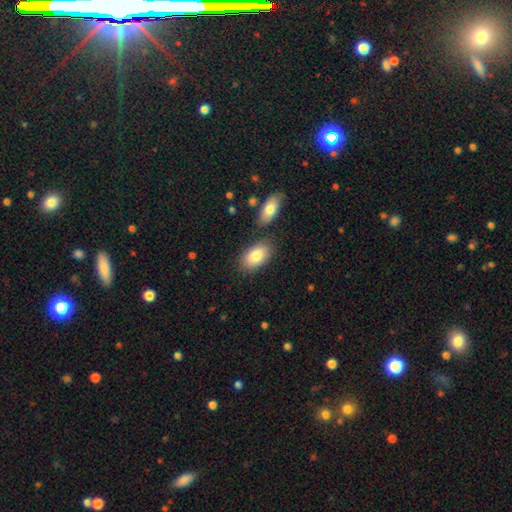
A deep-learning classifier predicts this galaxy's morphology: smooth-or-featured: smooth: 83% | featured or disk: 11% | star or artifact: 6%
  how-rounded: in between: 93% | round: 5% | cigar-shaped: 2%
  merging: none: 76% | minor disturbance: 12% | merger: 9% | major disturbance: 3%